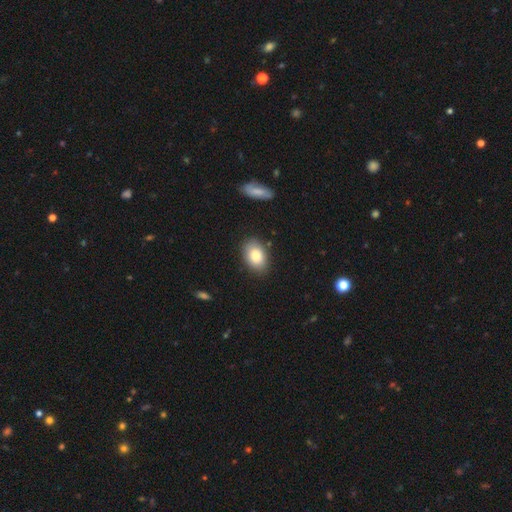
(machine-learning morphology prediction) Overall: smooth (82%). How rounded: in between (85%). Merging: none (84%).